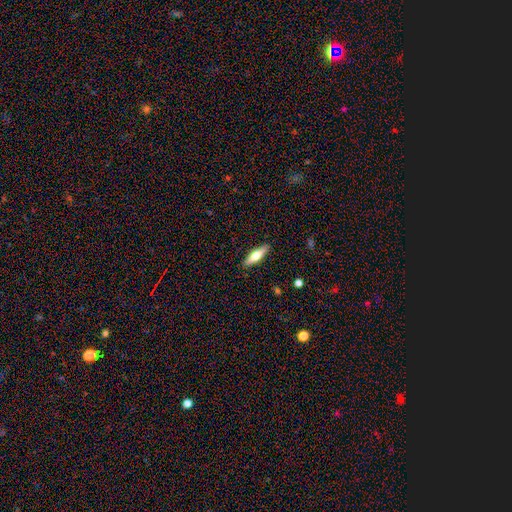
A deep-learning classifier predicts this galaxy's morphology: Smooth or featured: smooth — 50% (featured or disk — 44%)
How rounded: cigar-shaped — 63% (in between — 34%)
Merging: none — 90% (minor disturbance — 7%)